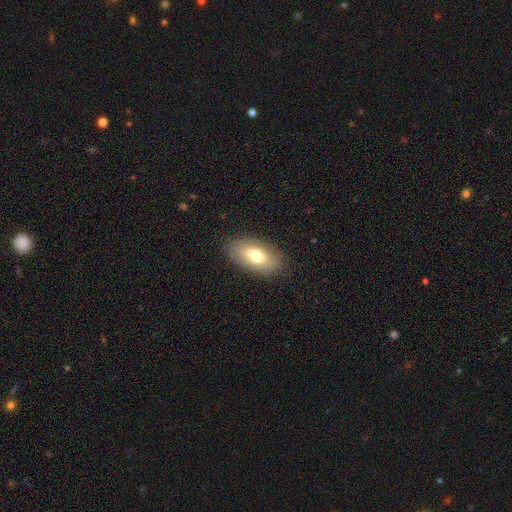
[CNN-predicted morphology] smooth_or_featured: smooth (p=0.74) [alt: featured or disk p=0.18]
how_rounded: in between (p=0.91) [alt: cigar-shaped p=0.05]
merging: none (p=0.86) [alt: minor disturbance p=0.10]